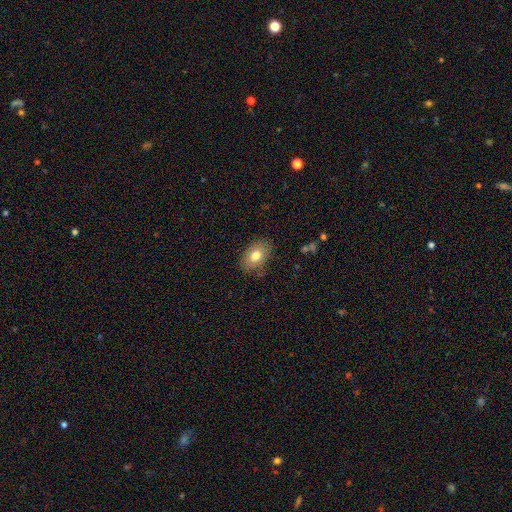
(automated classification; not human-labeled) Smooth or featured? smooth (77%)
How rounded? in between (85%)
Merging? none (82%)